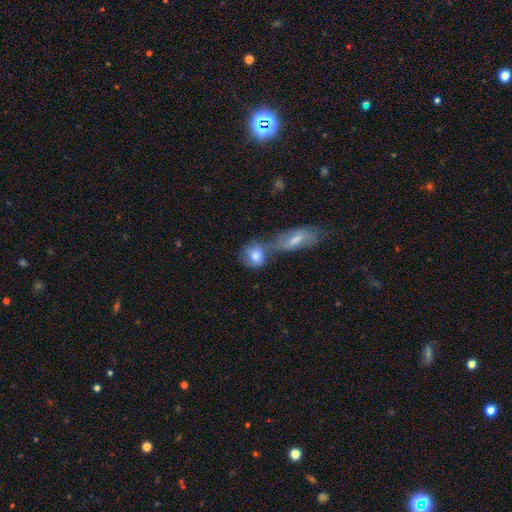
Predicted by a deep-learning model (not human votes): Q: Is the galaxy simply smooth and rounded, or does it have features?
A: smooth — 73%.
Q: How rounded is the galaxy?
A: round — 51%.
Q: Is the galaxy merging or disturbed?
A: merger — 57%.